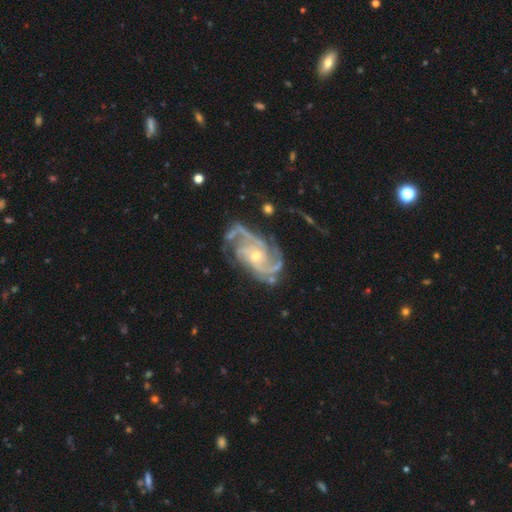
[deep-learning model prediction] smooth_or_featured: featured or disk (p=0.93) [alt: star or artifact p=0.05]
disk_edge_on: no (p=0.98) [alt: yes p=0.02]
bar: no (p=0.59) [alt: weak p=0.31]
has_spiral_arms: yes (p=0.98) [alt: no p=0.02]
spiral_winding: tight (p=0.46) [alt: medium p=0.45]
spiral_arm_count: 3 (p=0.35) [alt: 2 p=0.32]
bulge_size: small (p=0.57) [alt: moderate p=0.40]
merging: none (p=0.66) [alt: minor disturbance p=0.21]